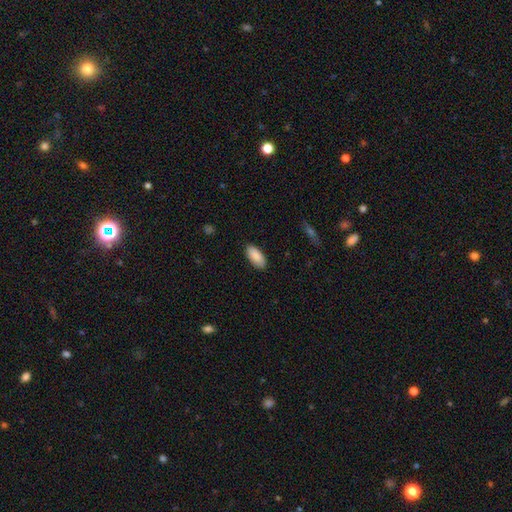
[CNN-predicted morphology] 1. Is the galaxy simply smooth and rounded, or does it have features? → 89% smooth, 6% star or artifact, 5% featured or disk.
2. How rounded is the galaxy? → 93% in between, 6% cigar-shaped, 2% round.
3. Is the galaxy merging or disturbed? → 88% none, 9% minor disturbance, 2% major disturbance, 1% merger.